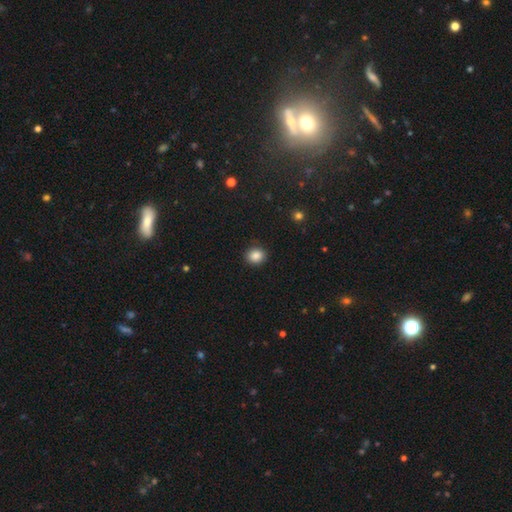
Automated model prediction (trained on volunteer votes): smooth_or_featured: smooth (p=0.86) [alt: star or artifact p=0.10]
how_rounded: round (p=0.74) [alt: in between p=0.25]
merging: none (p=0.90) [alt: minor disturbance p=0.07]